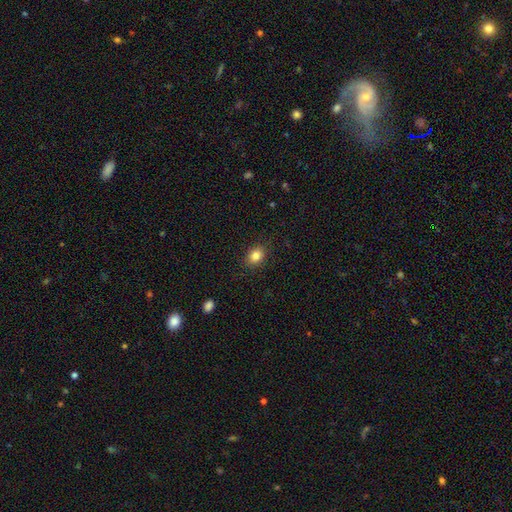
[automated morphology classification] Overall: smooth (84%). How rounded: in between (62%; round 37%). Merging: none (87%).